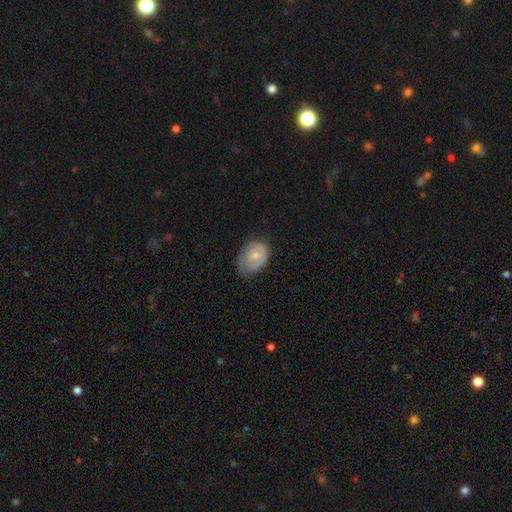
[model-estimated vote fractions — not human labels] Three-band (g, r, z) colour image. It shows a smooth galaxy with no disk features (64%) that is in between round and cigar-shaped (74%). Merging: none (54%).